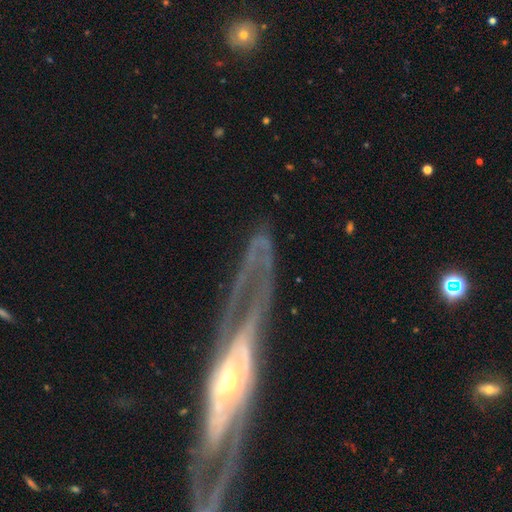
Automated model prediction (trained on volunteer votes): Smooth or featured: featured or disk — 82% (smooth — 10%)
Edge-on disk: no — 73% (yes — 27%)
Bar: no — 52% (weak — 25%)
Spiral arms: yes — 78% (no — 22%)
Bulge size: small — 59% (moderate — 32%)
Merging: none — 59% (major disturbance — 20%)